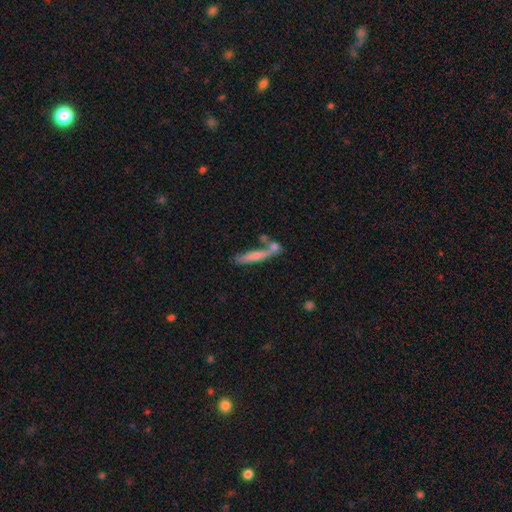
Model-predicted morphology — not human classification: smooth-or-featured: smooth: 61% | featured or disk: 31% | star or artifact: 7%
  how-rounded: cigar-shaped: 87% | in between: 11% | round: 2%
  merging: none: 47% | merger: 33% | minor disturbance: 14% | major disturbance: 7%